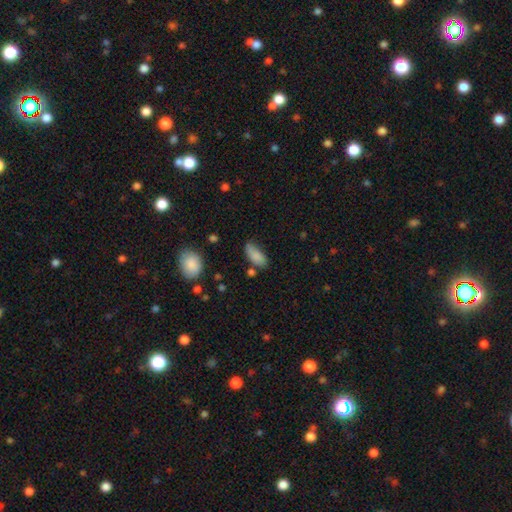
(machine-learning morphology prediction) Smooth or featured? smooth (84%)
How rounded? in between (86%)
Merging? none (54%)